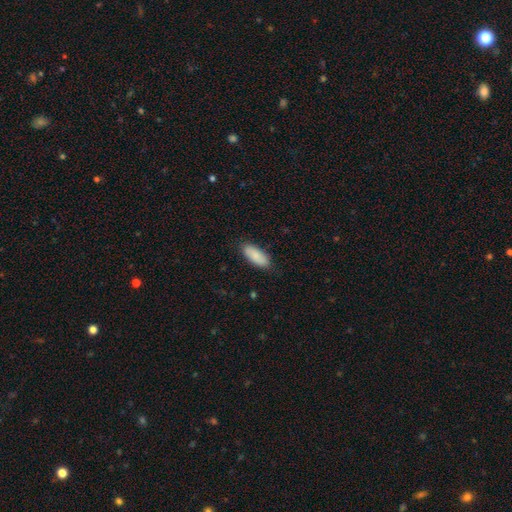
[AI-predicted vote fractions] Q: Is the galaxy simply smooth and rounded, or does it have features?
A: smooth — 88%.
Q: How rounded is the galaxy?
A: in between — 80%.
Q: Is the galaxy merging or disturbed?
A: none — 86%.